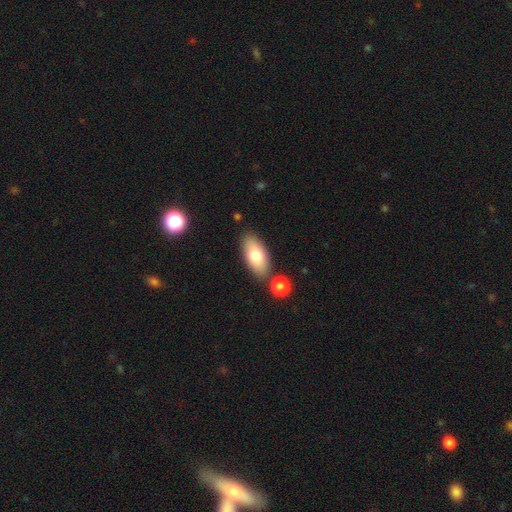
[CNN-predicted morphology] smooth-or-featured: smooth: 75% | featured or disk: 18% | star or artifact: 7%
  how-rounded: in between: 91% | cigar-shaped: 6% | round: 3%
  merging: none: 77% | minor disturbance: 11% | merger: 9% | major disturbance: 3%